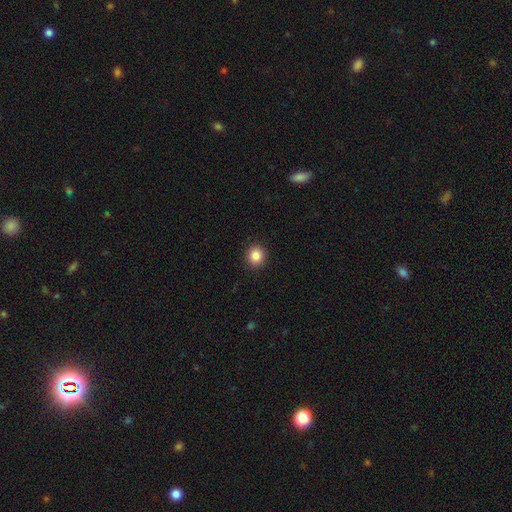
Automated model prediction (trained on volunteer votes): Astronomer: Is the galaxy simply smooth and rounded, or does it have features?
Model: smooth — 85%.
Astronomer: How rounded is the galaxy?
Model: round — 89%.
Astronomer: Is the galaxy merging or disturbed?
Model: none — 92%.